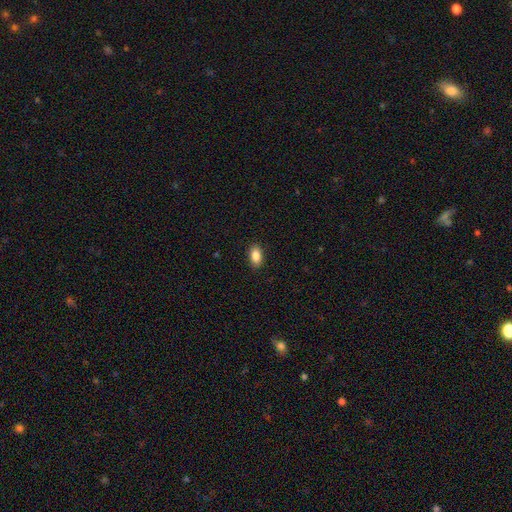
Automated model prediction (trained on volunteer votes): Q: Smooth or featured?
A: smooth (87%); runner-up: star or artifact (8%)
Q: How rounded?
A: in between (91%); runner-up: round (7%)
Q: Merging?
A: none (89%); runner-up: minor disturbance (8%)